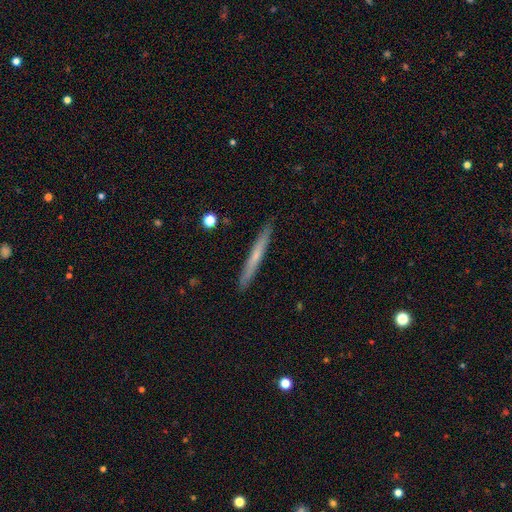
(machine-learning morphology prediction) The model was most divided on "smooth or featured": smooth: 51%, featured or disk: 43%, star or artifact: 6%. More confident: how rounded — cigar-shaped (97%); merging — none (91%).